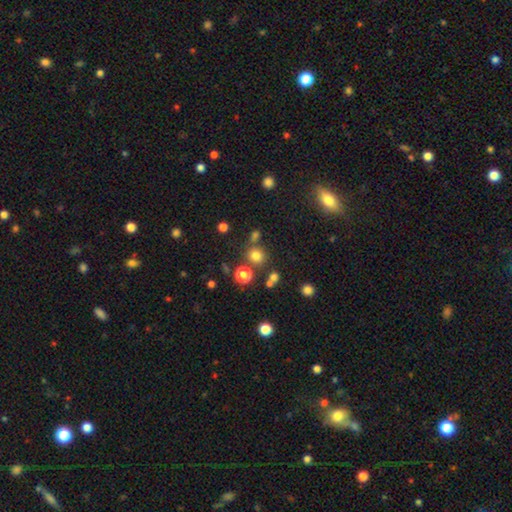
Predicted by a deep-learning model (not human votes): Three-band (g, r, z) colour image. It shows a smooth galaxy with no disk features (76%) that is round (88%). Merging: none (76%).